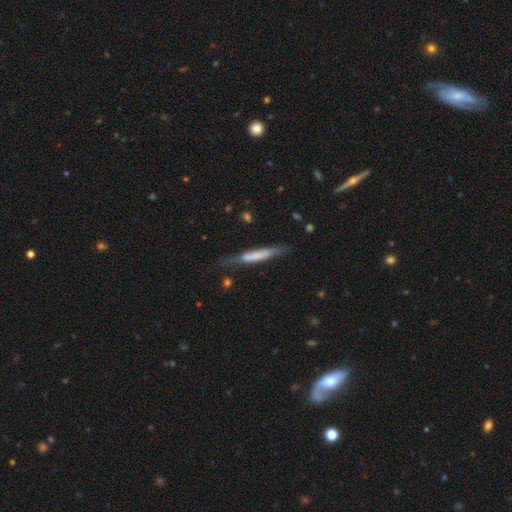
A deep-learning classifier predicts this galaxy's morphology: Smooth or featured? smooth (55%)
How rounded? cigar-shaped (92%)
Merging? none (62%)